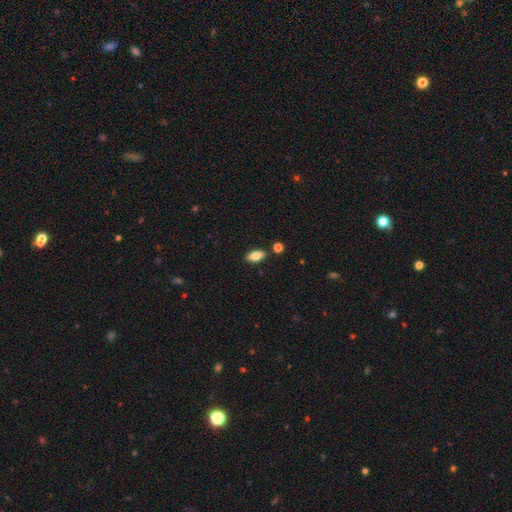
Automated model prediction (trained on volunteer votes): smooth_or_featured: smooth (p=0.79) [alt: featured or disk p=0.13]
how_rounded: in between (p=0.90) [alt: cigar-shaped p=0.07]
merging: none (p=0.85) [alt: minor disturbance p=0.09]